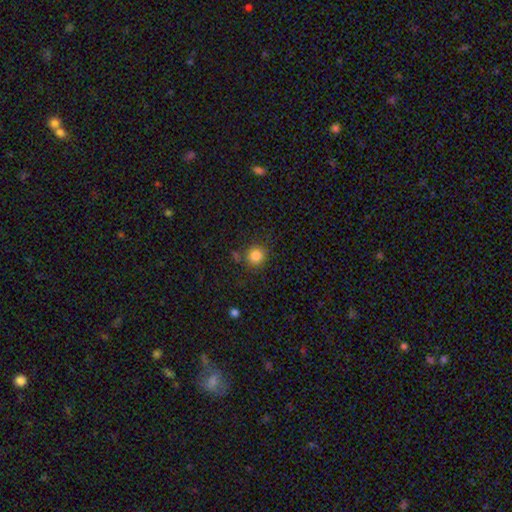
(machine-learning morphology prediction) Smooth or featured? smooth (83%)
How rounded? round (89%)
Merging? none (80%)